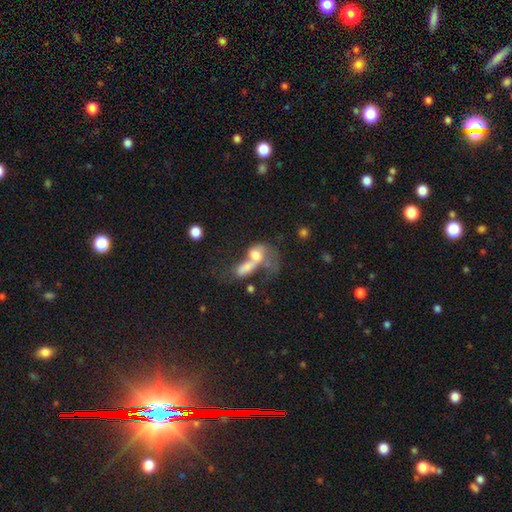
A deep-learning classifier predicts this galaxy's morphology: This appears to be a smooth galaxy with no disk features (56%) that is in between round and cigar-shaped (72%). Merging: merger (70%).